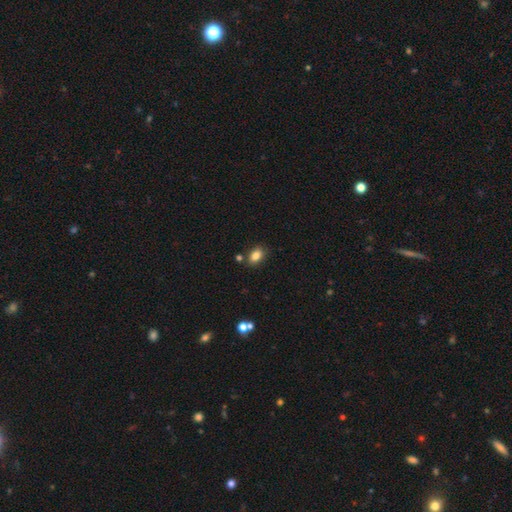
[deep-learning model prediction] Overall: smooth (84%). How rounded: in between (85%). Merging: none (79%).